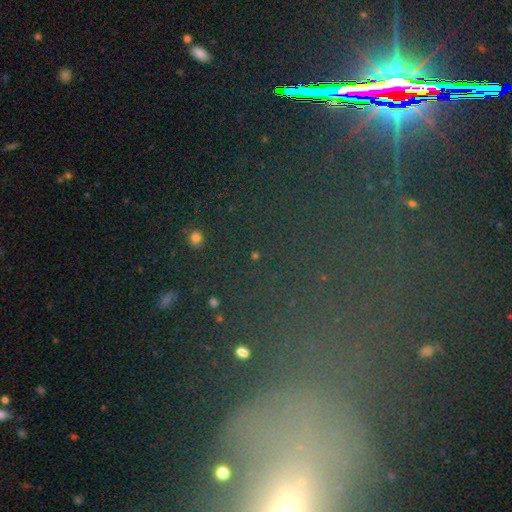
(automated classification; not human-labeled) A star or artifact, not a galaxy (53%).